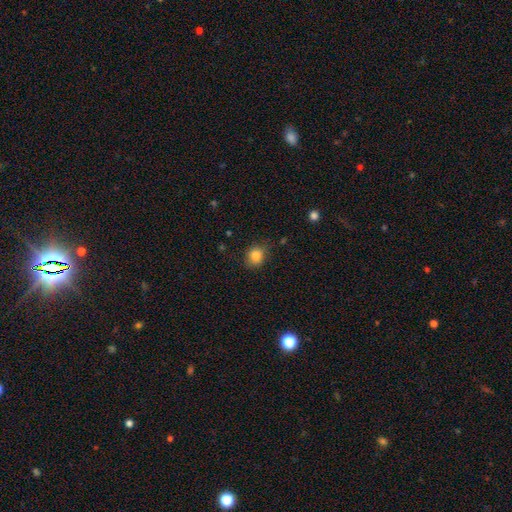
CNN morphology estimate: Smooth or featured?
  - smooth: 83% *
  - star or artifact: 10%
  - featured or disk: 6%
How rounded?
  - round: 71% *
  - in between: 28%
  - cigar-shaped: 1%
Merging?
  - none: 78% *
  - minor disturbance: 17%
  - major disturbance: 4%
  - merger: 1%